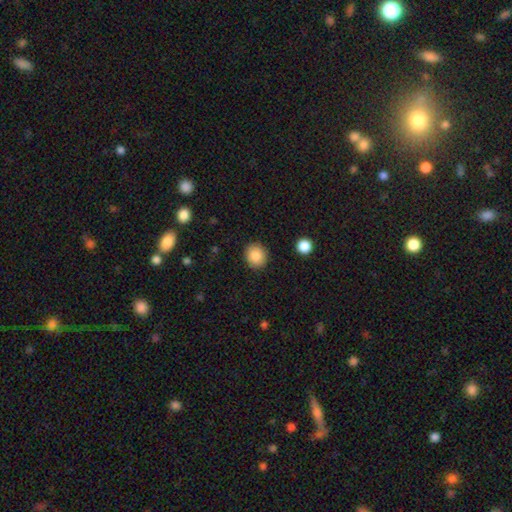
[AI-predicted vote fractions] A smooth galaxy with no disk features (87%) that is round (80%). Merging: none (90%).